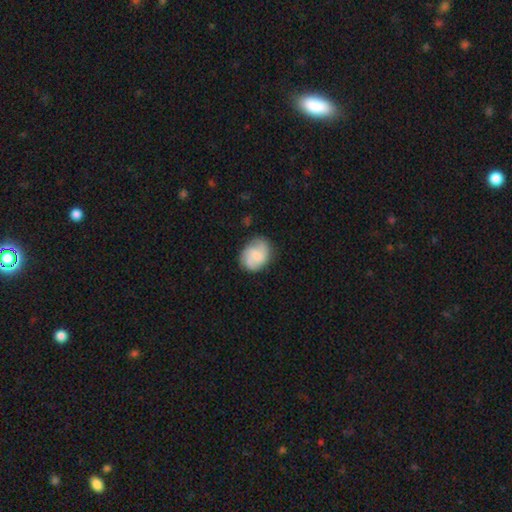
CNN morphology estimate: Smooth or featured? Predicted: smooth (p=0.50). How rounded? Predicted: in between (p=0.52). Merging? Predicted: none (p=0.70).